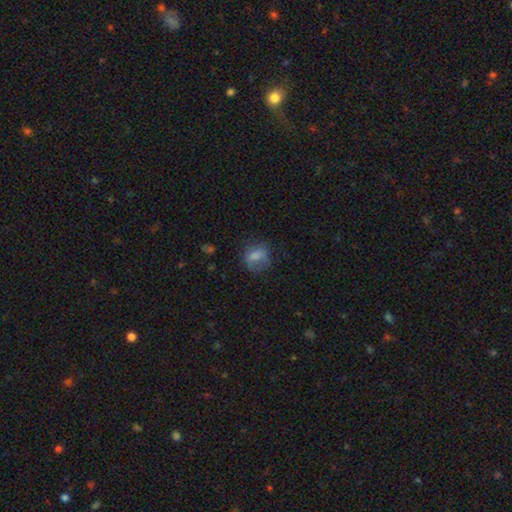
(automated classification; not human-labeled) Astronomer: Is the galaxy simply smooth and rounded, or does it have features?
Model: smooth — 71%.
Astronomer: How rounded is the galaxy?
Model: round — 50% (runner-up: in between, 48%).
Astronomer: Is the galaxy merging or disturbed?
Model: none — 54%.